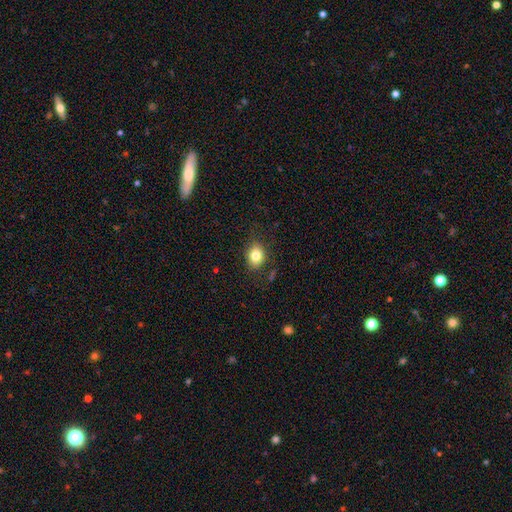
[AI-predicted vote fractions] This appears to be a smooth galaxy with no disk features (82%) that is in between round and cigar-shaped (59%). Merging: none (82%).